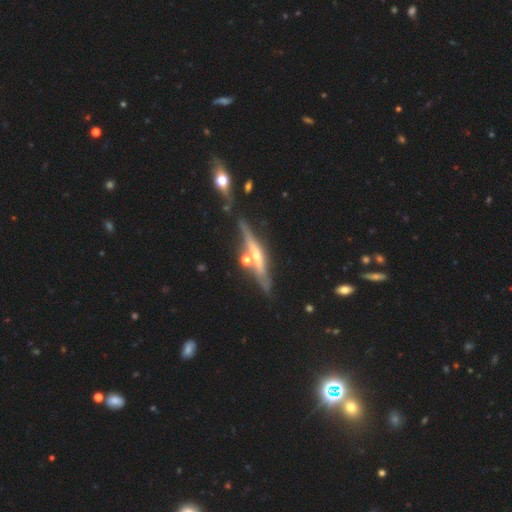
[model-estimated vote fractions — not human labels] This is likely a featured or disk galaxy (73%). It is clearly viewed edge-on (94%). Edge-on bulge: likely rounded (66%). Merging: likely none (75%).